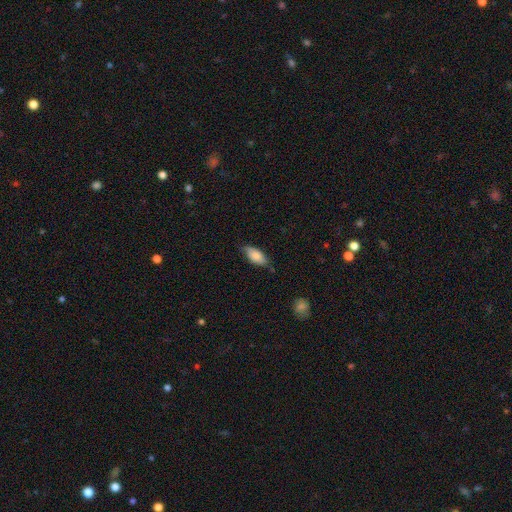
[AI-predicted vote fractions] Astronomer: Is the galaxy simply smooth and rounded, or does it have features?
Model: smooth — 79%.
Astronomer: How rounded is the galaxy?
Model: in between — 87%.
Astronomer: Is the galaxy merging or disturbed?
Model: none — 70%.